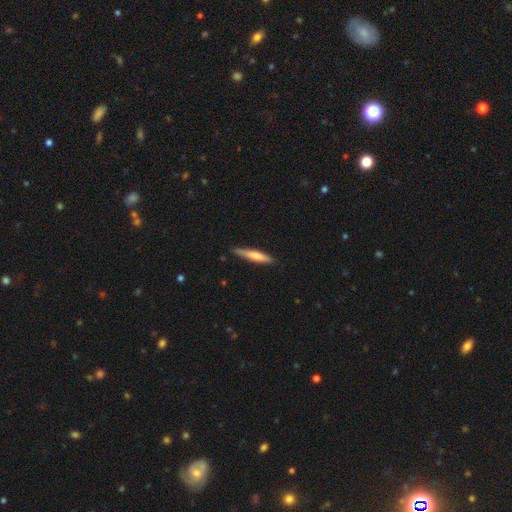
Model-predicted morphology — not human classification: smooth_or_featured: smooth (p=0.65) [alt: featured or disk p=0.29]
how_rounded: cigar-shaped (p=0.90) [alt: in between p=0.09]
merging: none (p=0.82) [alt: minor disturbance p=0.14]